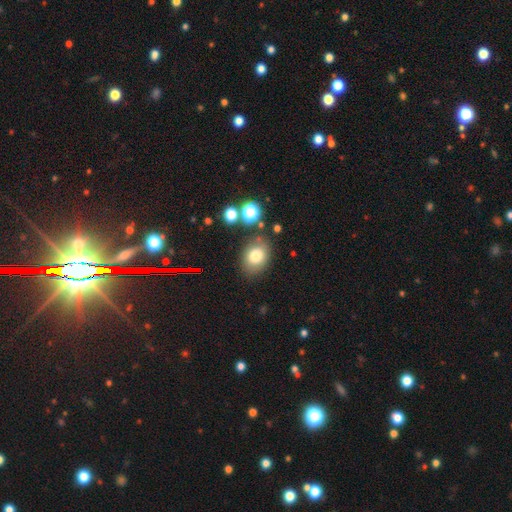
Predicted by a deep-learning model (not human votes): Smooth or featured: smooth — 77% (star or artifact — 12%)
How rounded: in between — 60% (round — 39%)
Merging: none — 78% (minor disturbance — 13%)